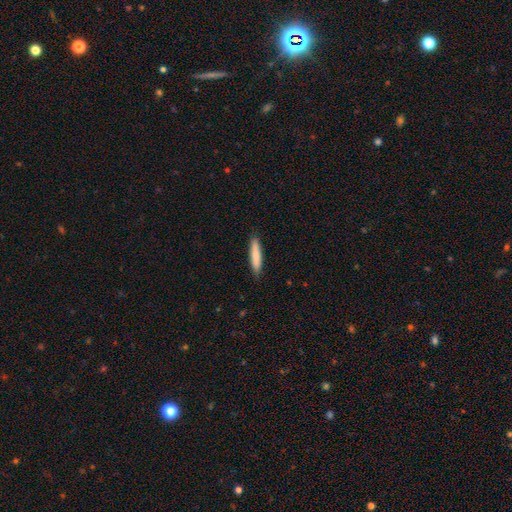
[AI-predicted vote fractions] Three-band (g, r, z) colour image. It shows a smooth galaxy with no disk features (81%) that is cigar-shaped (87%). Merging: none (87%).